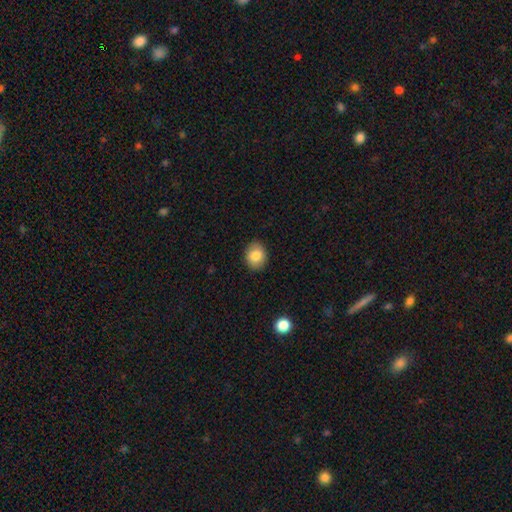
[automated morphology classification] type=smooth (84%); roundness=round (55%); merging=none (90%).